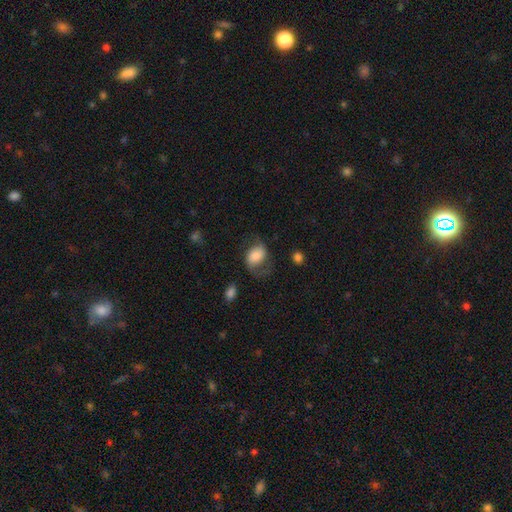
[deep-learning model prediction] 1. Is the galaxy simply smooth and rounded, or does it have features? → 49% smooth, 43% featured or disk, 8% star or artifact.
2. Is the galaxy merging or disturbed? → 51% none, 24% minor disturbance, 23% major disturbance, 2% merger.